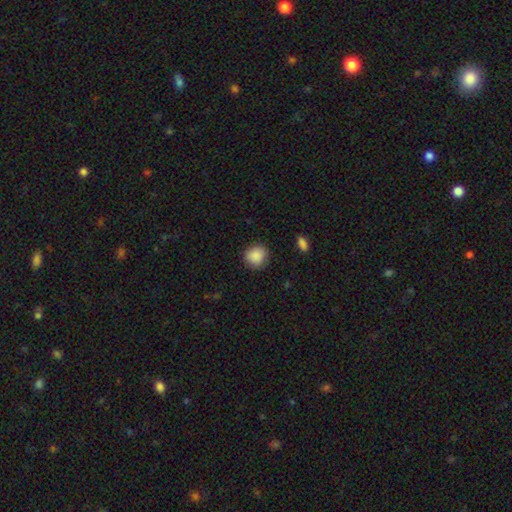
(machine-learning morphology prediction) Smooth or featured: smooth — 88% (star or artifact — 8%)
How rounded: round — 84% (in between — 15%)
Merging: none — 85% (minor disturbance — 11%)